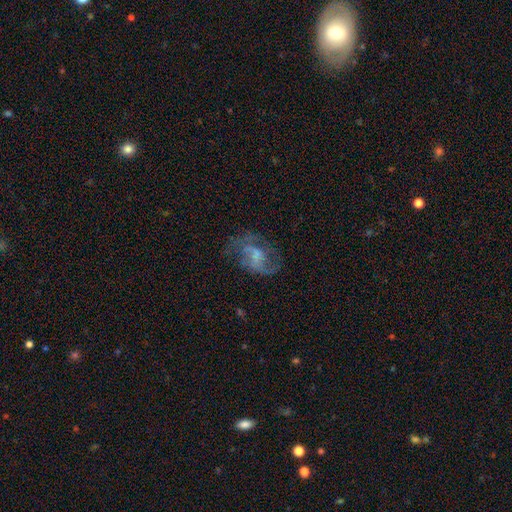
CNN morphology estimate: smooth_or_featured: featured or disk (p=0.70) [alt: smooth p=0.20]
disk_edge_on: no (p=0.97) [alt: yes p=0.03]
bar: weak (p=0.45) [alt: no p=0.44]
has_spiral_arms: yes (p=0.79) [alt: no p=0.21]
spiral_winding: loose (p=0.43) [alt: medium p=0.42]
spiral_arm_count: 2 (p=0.68) [alt: can't tell p=0.15]
bulge_size: small (p=0.37) [alt: none p=0.34]
merging: none (p=0.51) [alt: major disturbance p=0.26]